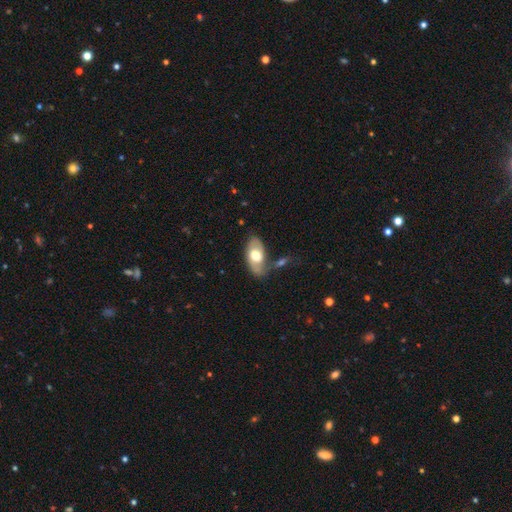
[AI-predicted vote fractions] A smooth galaxy with no disk features (52%) that is in between round and cigar-shaped (93%).

Vote fractions:
- Smooth or featured? smooth: 52% / featured or disk: 42% / star or artifact: 6%
- How rounded? in between: 93% / round: 4% / cigar-shaped: 3%
- Merging? none: 50% / minor disturbance: 22% / merger: 18% / major disturbance: 10%